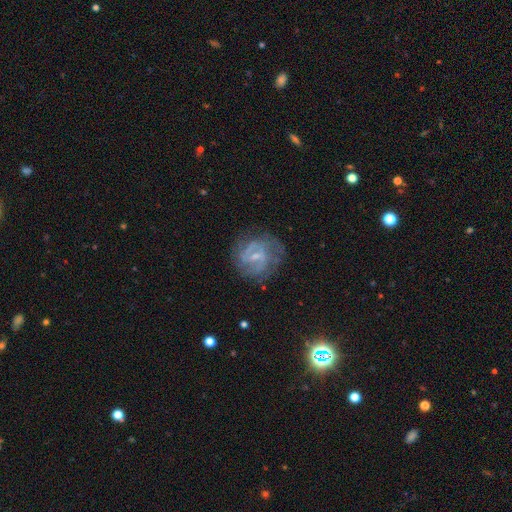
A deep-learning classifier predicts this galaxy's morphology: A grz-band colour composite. It shows a featured or disk galaxy (79%) with a weak bar (57%), 2 (53%) medium (44%) spiral arms (88%) and a small central bulge (62%). Merging: none (66%).